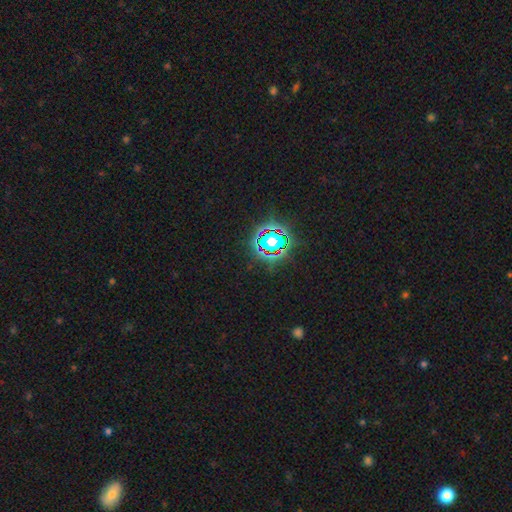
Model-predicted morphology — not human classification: This appears to be a star or artifact, not a galaxy (81%).